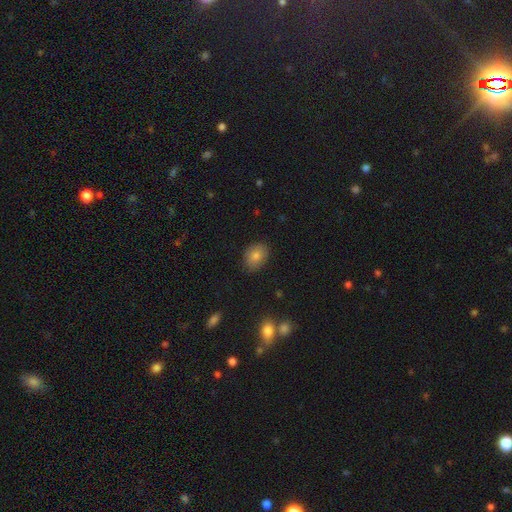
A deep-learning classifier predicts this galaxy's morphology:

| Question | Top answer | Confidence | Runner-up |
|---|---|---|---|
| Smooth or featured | smooth | 80% | featured or disk (11%) |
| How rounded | in between | 61% | round (38%) |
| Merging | none | 85% | minor disturbance (11%) |